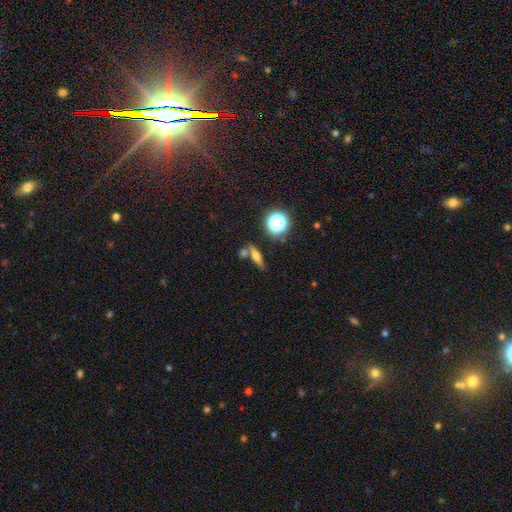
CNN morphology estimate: Q: Smooth or featured?
A: smooth (53%); runner-up: featured or disk (30%)
Q: How rounded?
A: cigar-shaped (53%); runner-up: in between (32%)
Q: Merging?
A: none (65%); runner-up: merger (20%)